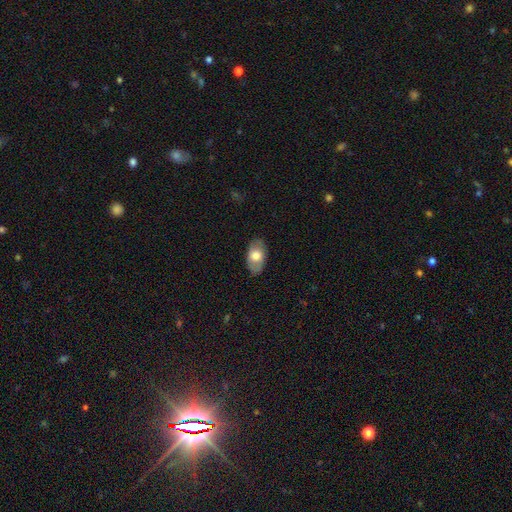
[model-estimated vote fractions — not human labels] smooth 63%, featured or disk 31%, star or artifact 6%. Down the decision tree: how rounded — in between (92%); merging — none (82%).